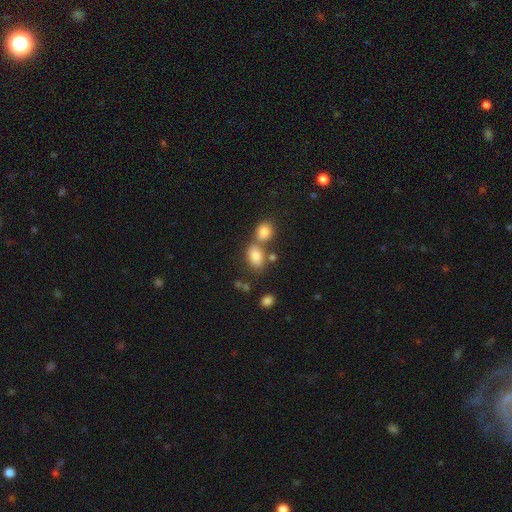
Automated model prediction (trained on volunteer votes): Overall: smooth (81%). How rounded: in between (83%). Merging: none (46%; merger 36%).